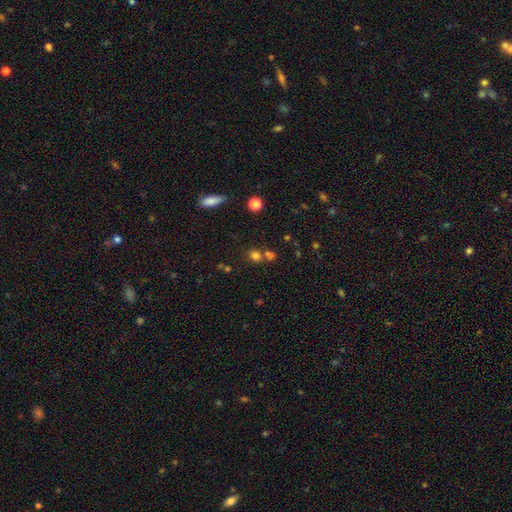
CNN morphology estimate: type=smooth (71%); roundness=round (75%); merging=none (55%).